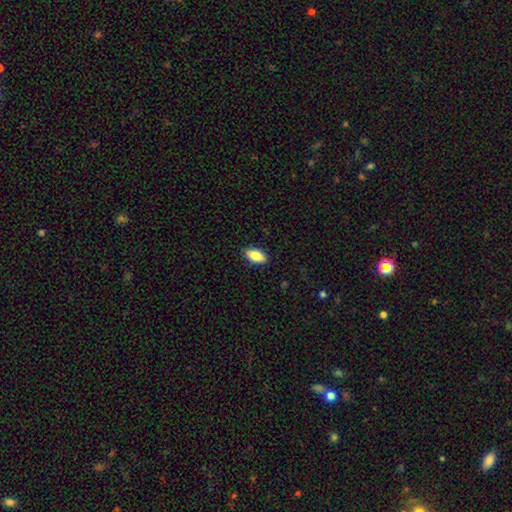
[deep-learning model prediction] This appears to be a smooth galaxy with no disk features (82%) that is in between round and cigar-shaped (89%). Merging: none (88%).